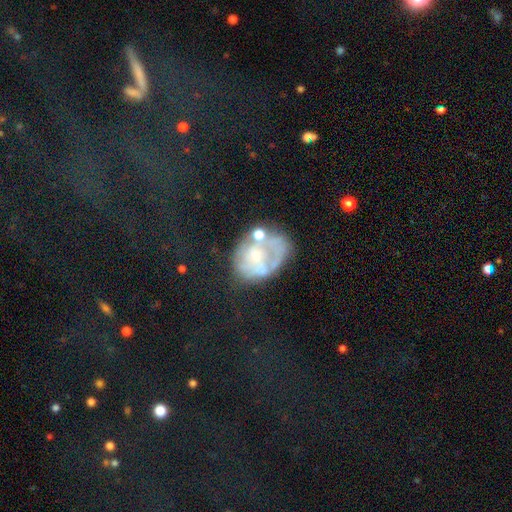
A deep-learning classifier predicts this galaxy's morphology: featured or disk 58%, smooth 30%, star or artifact 12%. Down the decision tree: edge-on disk — no (97%); bar — no (78%); spiral arms — no (65%); bulge size — small (55%); merging — none (34%).